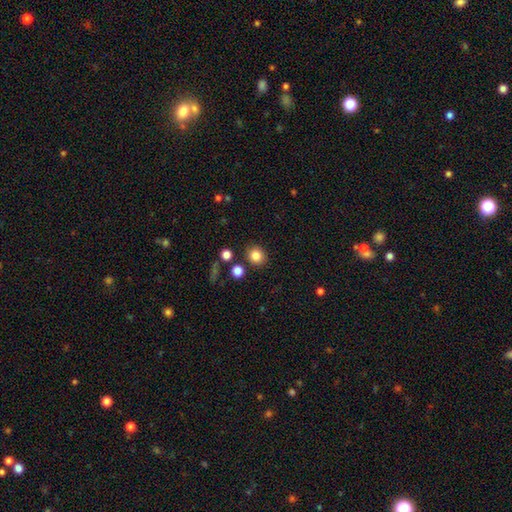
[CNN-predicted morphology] A smooth galaxy with no disk features (83%) that is round (83%). Merging: none (86%).